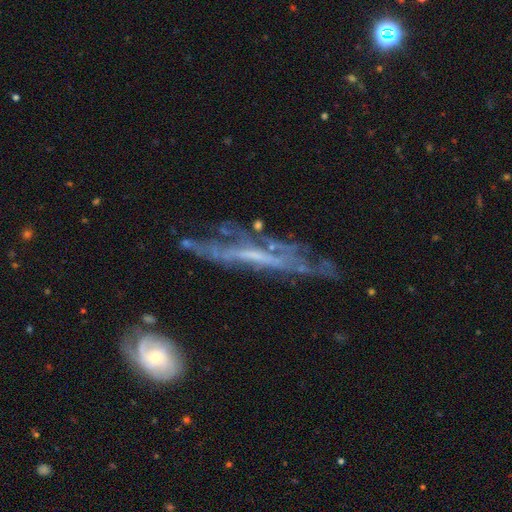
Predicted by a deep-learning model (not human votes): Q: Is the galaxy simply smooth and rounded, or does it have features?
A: featured or disk — 74%.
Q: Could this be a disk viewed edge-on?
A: no — 53%.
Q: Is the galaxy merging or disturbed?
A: none — 53%.